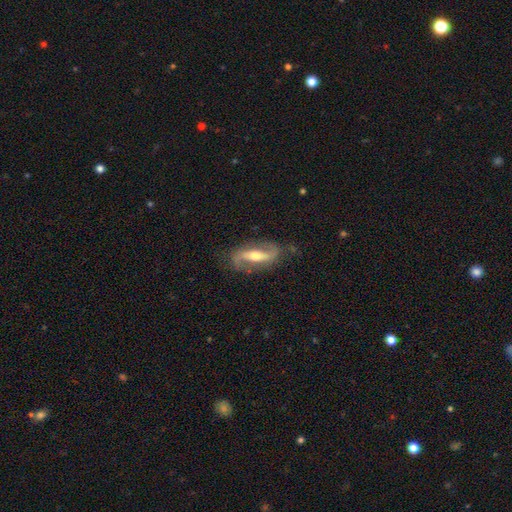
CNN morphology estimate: Smooth or featured: featured or disk — 83% (smooth — 12%)
Edge-on disk: no — 88% (yes — 12%)
Bar: strong — 47% (weak — 29%)
Spiral arms: yes — 90% (no — 10%)
Spiral winding: loose — 60% (medium — 30%)
Spiral arm count: 2 — 91% (can't tell — 3%)
Bulge size: moderate — 71% (small — 19%)
Merging: none — 76% (minor disturbance — 15%)